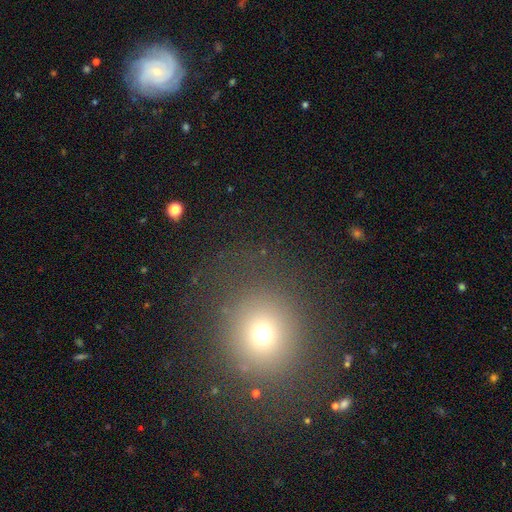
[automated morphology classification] smooth 64%, star or artifact 24%, featured or disk 12%. Down the decision tree: how rounded — round (82%); merging — none (83%).